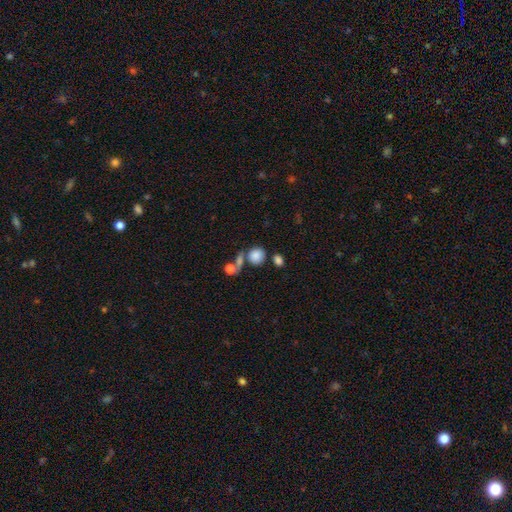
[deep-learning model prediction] Smooth or featured: smooth — 83% (star or artifact — 10%)
How rounded: round — 78% (in between — 21%)
Merging: none — 57% (merger — 24%)